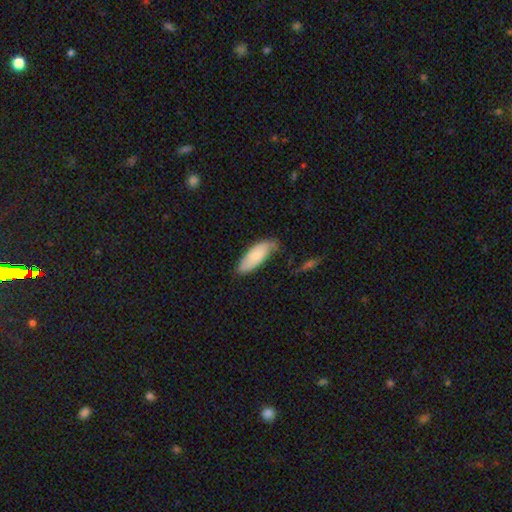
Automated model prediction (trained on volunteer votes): This appears to be a smooth galaxy with no disk features (75%) that is in between round and cigar-shaped (73%). Merging: none (62%).